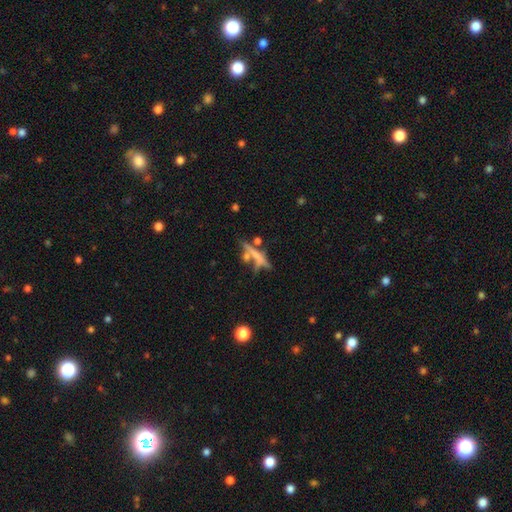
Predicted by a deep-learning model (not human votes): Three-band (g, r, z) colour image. It shows a smooth galaxy with no disk features (47%). Merging: none (44%).